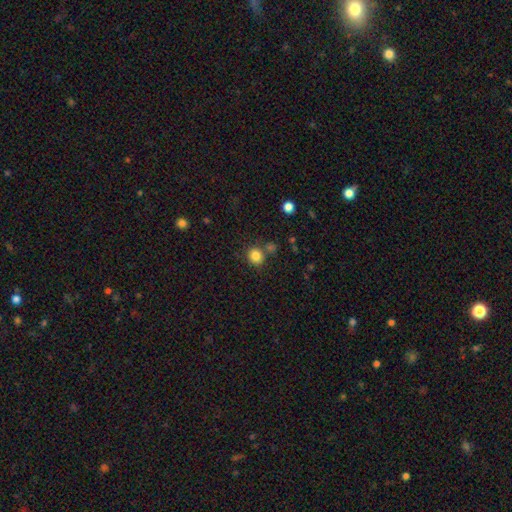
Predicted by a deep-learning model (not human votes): Overall: smooth (83%). How rounded: round (84%). Merging: none (74%).